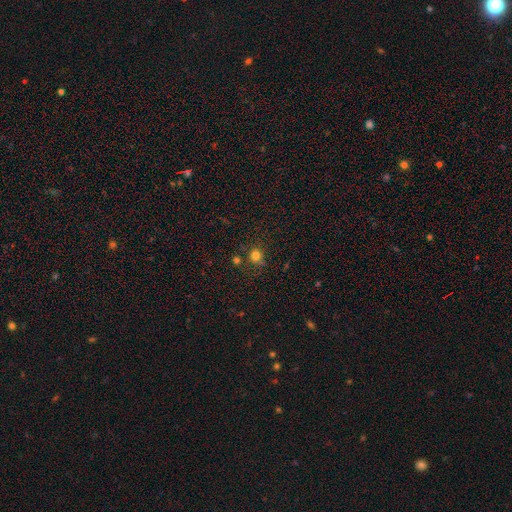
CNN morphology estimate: Smooth or featured? Predicted: smooth (p=0.78). How rounded? Predicted: round (p=0.89). Merging? Predicted: none (p=0.76).